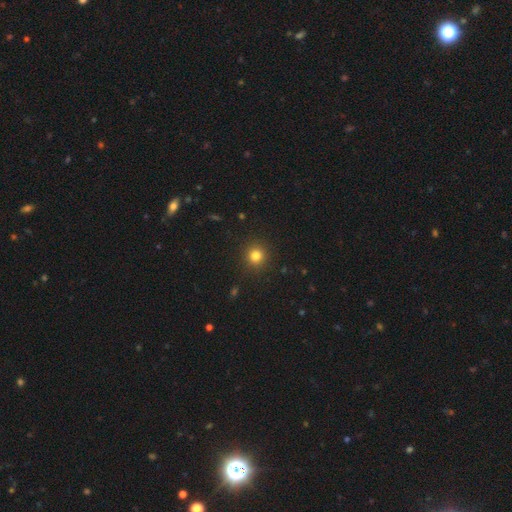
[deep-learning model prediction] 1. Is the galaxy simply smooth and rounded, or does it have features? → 81% smooth, 14% star or artifact, 5% featured or disk.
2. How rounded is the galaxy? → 93% round, 6% in between, 1% cigar-shaped.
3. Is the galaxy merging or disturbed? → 91% none, 5% minor disturbance, 2% major disturbance, 1% merger.